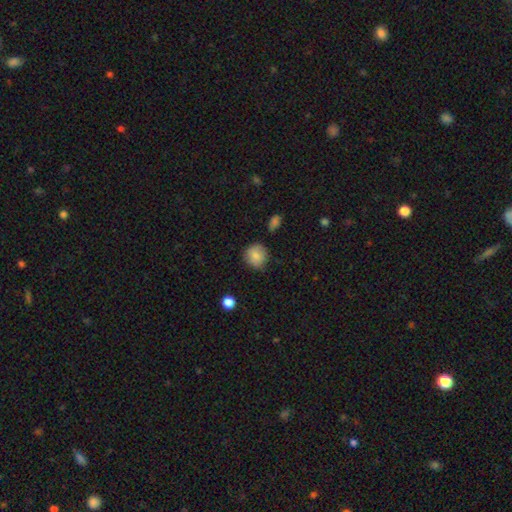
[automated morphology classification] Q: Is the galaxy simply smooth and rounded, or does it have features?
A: smooth — 84%.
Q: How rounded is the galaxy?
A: round — 86%.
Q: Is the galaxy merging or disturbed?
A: none — 76%.